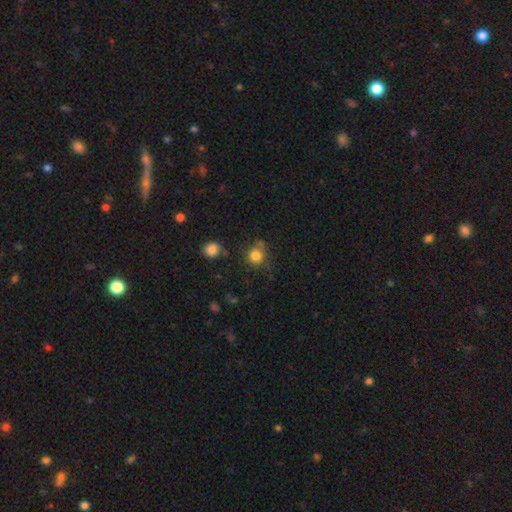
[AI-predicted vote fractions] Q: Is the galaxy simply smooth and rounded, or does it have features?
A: smooth — 81%.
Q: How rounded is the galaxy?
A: round — 90%.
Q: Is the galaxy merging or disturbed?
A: none — 69%.